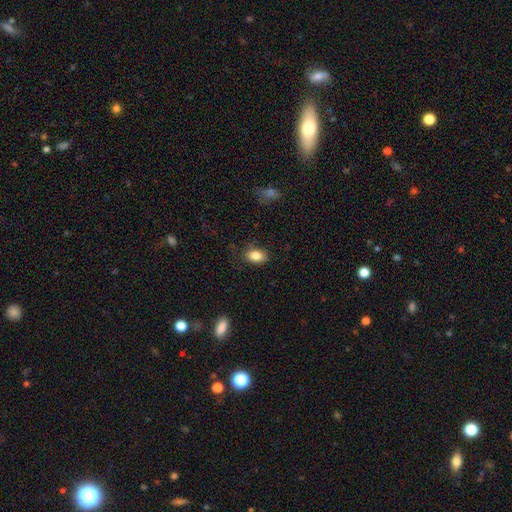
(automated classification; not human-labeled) Q: Smooth or featured?
A: smooth (85%); runner-up: star or artifact (8%)
Q: How rounded?
A: in between (85%); runner-up: round (13%)
Q: Merging?
A: none (80%); runner-up: minor disturbance (15%)